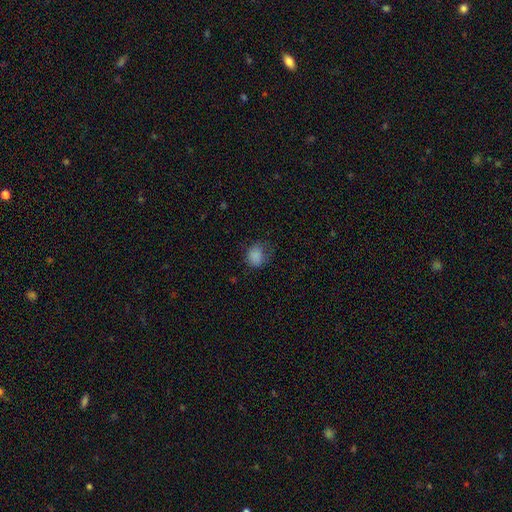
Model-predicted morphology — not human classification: smooth-or-featured: smooth: 84% | star or artifact: 10% | featured or disk: 5%
  how-rounded: round: 61% | in between: 38% | cigar-shaped: 1%
  merging: none: 58% | minor disturbance: 28% | major disturbance: 13% | merger: 1%